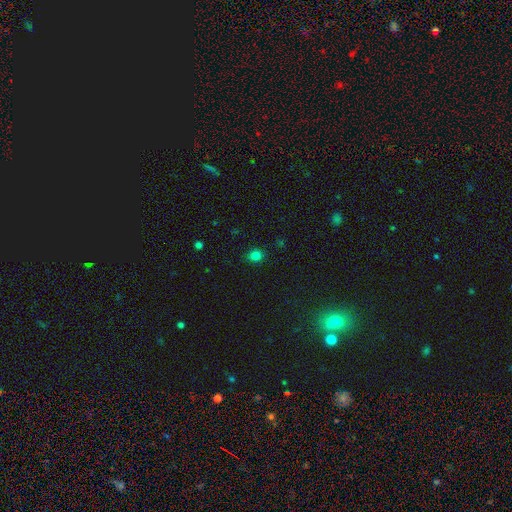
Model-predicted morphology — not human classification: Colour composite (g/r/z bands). It shows a smooth galaxy with no disk features (79%) that is round (77%). Merging: none (87%).